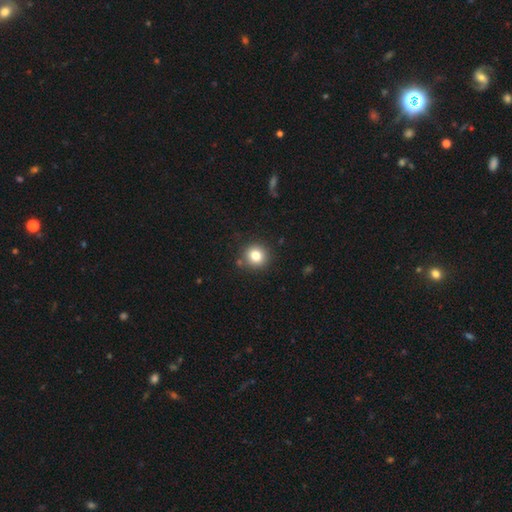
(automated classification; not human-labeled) Smooth or featured: smooth — 80% (star or artifact — 12%)
How rounded: round — 91% (in between — 8%)
Merging: none — 87% (minor disturbance — 8%)